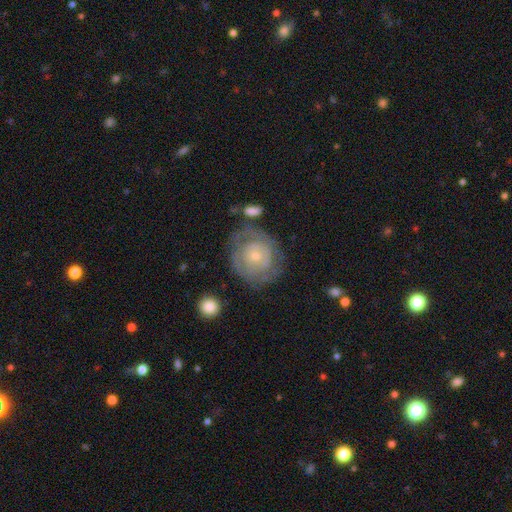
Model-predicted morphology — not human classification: smooth_or_featured: featured or disk (p=0.65) [alt: smooth p=0.29]
disk_edge_on: no (p=0.97) [alt: yes p=0.03]
bar: no (p=0.81) [alt: weak p=0.17]
has_spiral_arms: yes (p=0.69) [alt: no p=0.31]
bulge_size: small (p=0.69) [alt: moderate p=0.26]
merging: none (p=0.63) [alt: minor disturbance p=0.21]